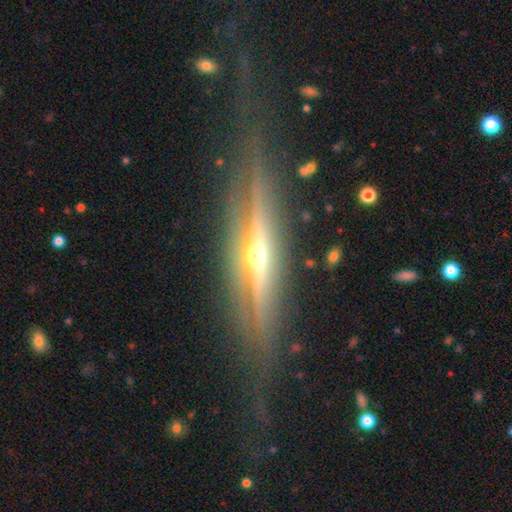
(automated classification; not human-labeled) Overall: featured or disk (83%). Edge-on disk: yes (94%). Edge-on bulge: rounded (84%). Merging: none (73%).